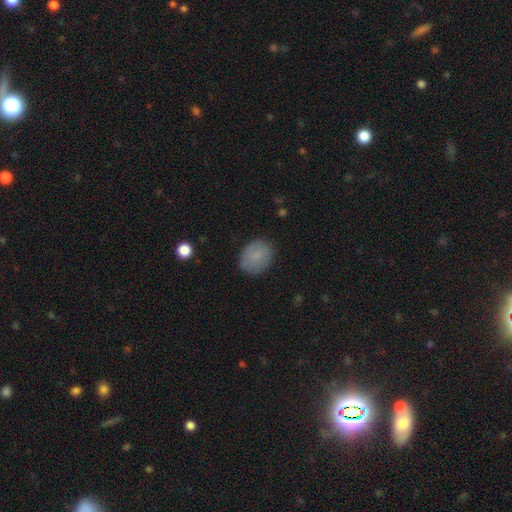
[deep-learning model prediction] smooth_or_featured: smooth (p=0.82) [alt: featured or disk p=0.10]
how_rounded: in between (p=0.53) [alt: round p=0.46]
merging: none (p=0.83) [alt: minor disturbance p=0.13]